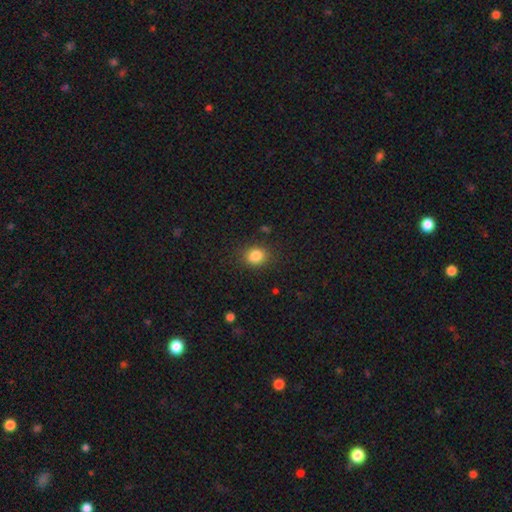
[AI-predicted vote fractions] A smooth galaxy with no disk features (84%) that is round (64%). Merging: none (84%).